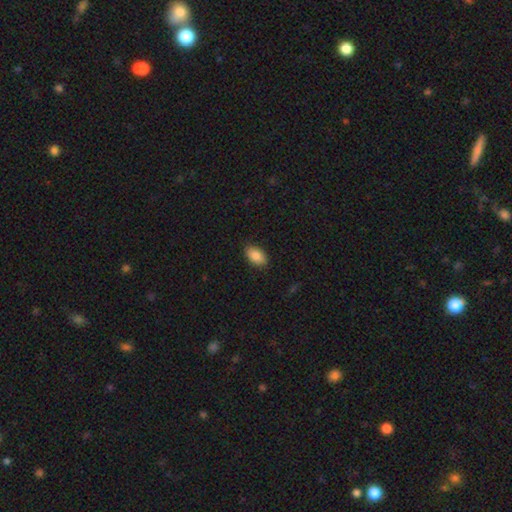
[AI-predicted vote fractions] This is clearly a smooth galaxy (86%). How rounded: clearly in between (92%). Merging: clearly none (87%).